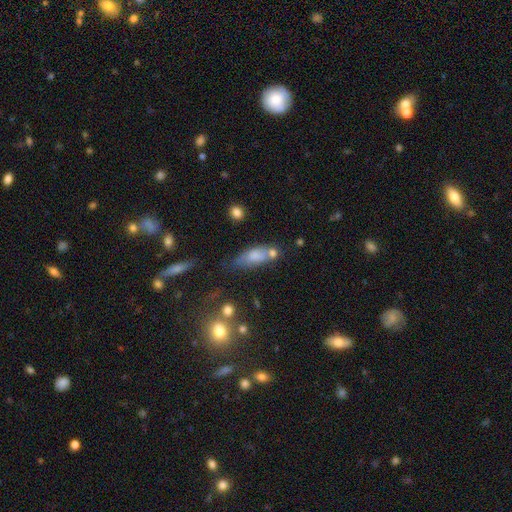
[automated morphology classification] The model was most divided on "merging": none: 45%, minor disturbance: 24%, merger: 21%, major disturbance: 10%. More confident: how rounded — in between (69%); smooth or featured — smooth (67%).